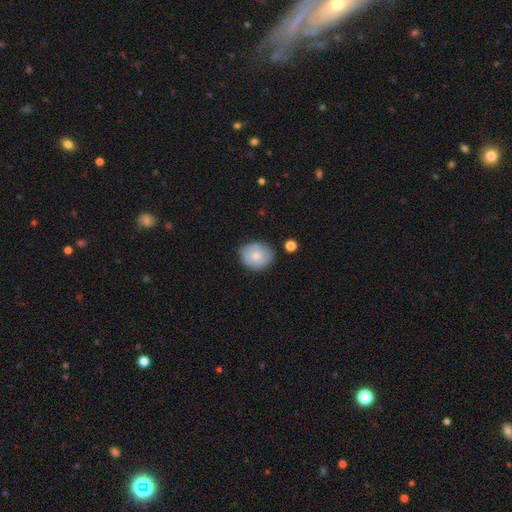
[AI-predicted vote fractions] Smooth or featured? smooth (75%)
How rounded? round (69%)
Merging? none (77%)